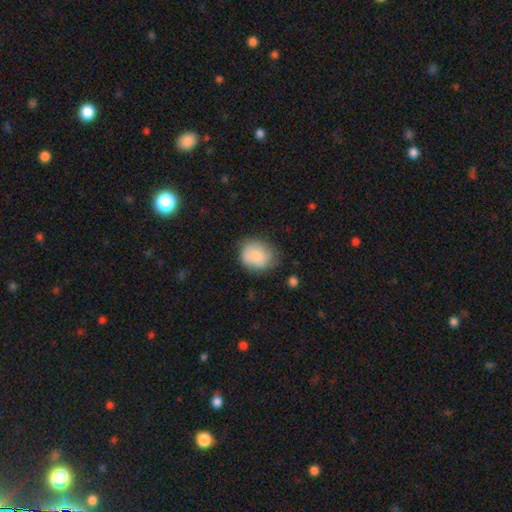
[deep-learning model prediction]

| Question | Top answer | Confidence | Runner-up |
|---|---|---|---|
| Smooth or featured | smooth | 79% | featured or disk (14%) |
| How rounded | round | 57% | in between (43%) |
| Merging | none | 62% | minor disturbance (27%) |